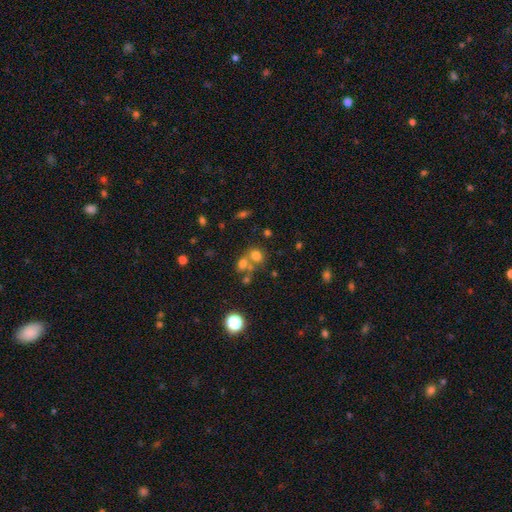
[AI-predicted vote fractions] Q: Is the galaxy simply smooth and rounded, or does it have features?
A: smooth — 67%.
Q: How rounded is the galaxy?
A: round — 59%.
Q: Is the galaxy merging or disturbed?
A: merger — 44%.